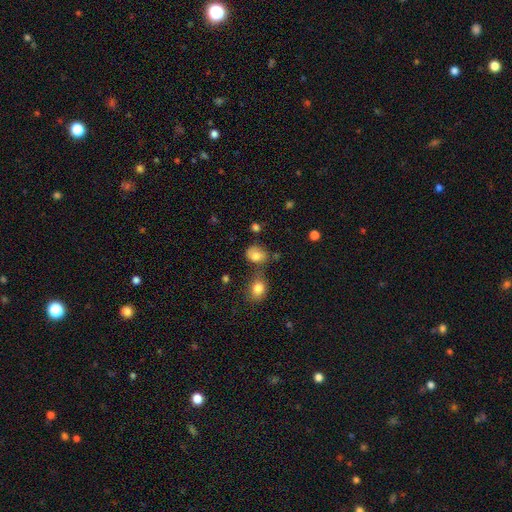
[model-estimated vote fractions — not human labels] smooth-or-featured: smooth: 78% | featured or disk: 11% | star or artifact: 11%
  how-rounded: in between: 55% | round: 44% | cigar-shaped: 1%
  merging: none: 54% | minor disturbance: 24% | merger: 14% | major disturbance: 9%